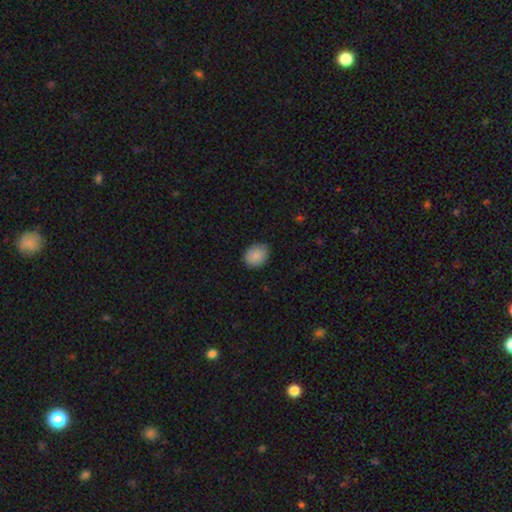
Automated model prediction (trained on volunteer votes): Smooth or featured?
  - smooth: 89% *
  - star or artifact: 8%
  - featured or disk: 4%
How rounded?
  - round: 55% *
  - in between: 44%
  - cigar-shaped: 1%
Merging?
  - none: 83% *
  - minor disturbance: 13%
  - major disturbance: 2%
  - merger: 1%